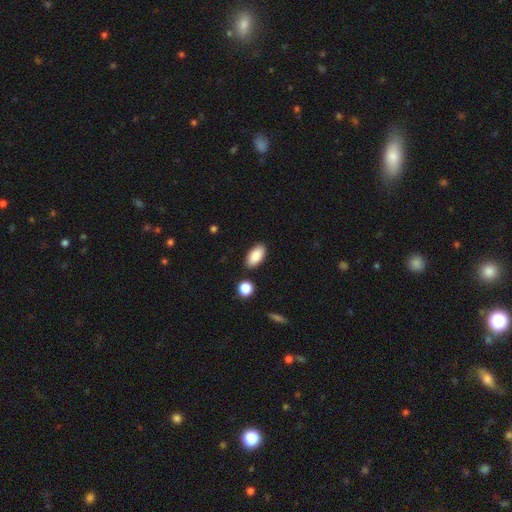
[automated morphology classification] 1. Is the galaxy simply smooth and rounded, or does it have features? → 89% smooth, 7% star or artifact, 5% featured or disk.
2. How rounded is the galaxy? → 93% in between, 4% cigar-shaped, 3% round.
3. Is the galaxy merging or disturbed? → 87% none, 8% minor disturbance, 3% merger, 2% major disturbance.